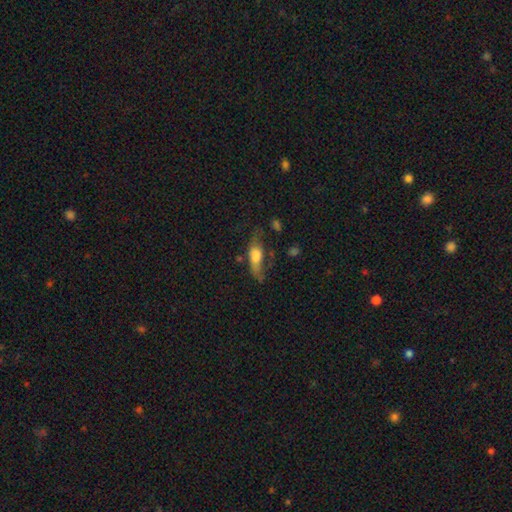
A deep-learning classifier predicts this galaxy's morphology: smooth 62%, featured or disk 29%, star or artifact 9%. Down the decision tree: how rounded — in between (62%); merging — none (40%).